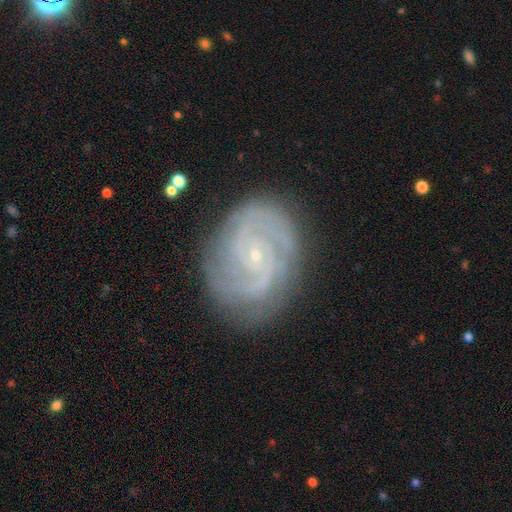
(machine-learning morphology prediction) featured or disk 87%, smooth 7%, star or artifact 6%. Down the decision tree: edge-on disk — no (98%); bar — no (60%); spiral arms — yes (97%); spiral arm count — 2 (45%); spiral winding — tight (59%); bulge size — small (89%); merging — none (80%).